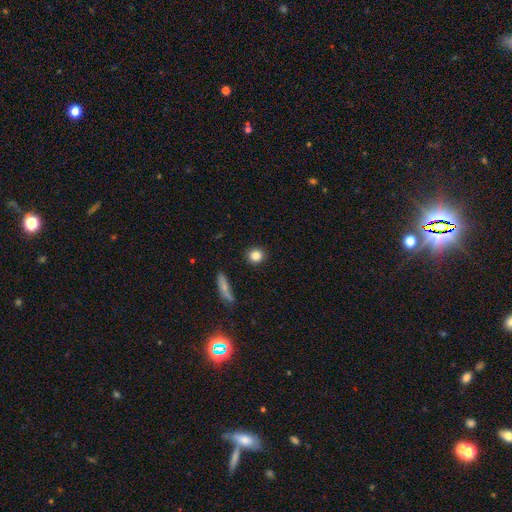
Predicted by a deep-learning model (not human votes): Morphology: type=smooth (84%); roundness=round (87%); merging=none (90%).